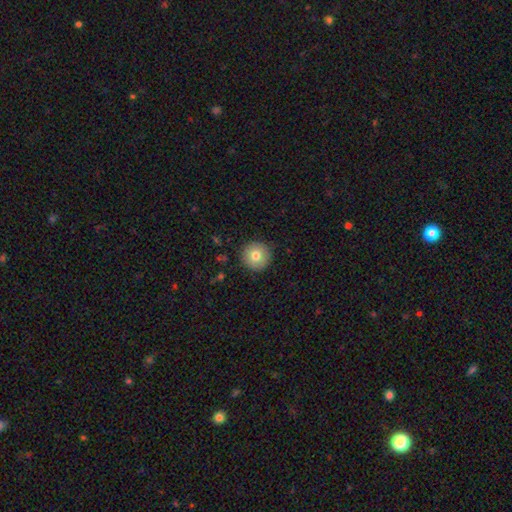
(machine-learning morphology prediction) This is likely a smooth galaxy (78%). How rounded: clearly round (96%). Merging: clearly none (91%).